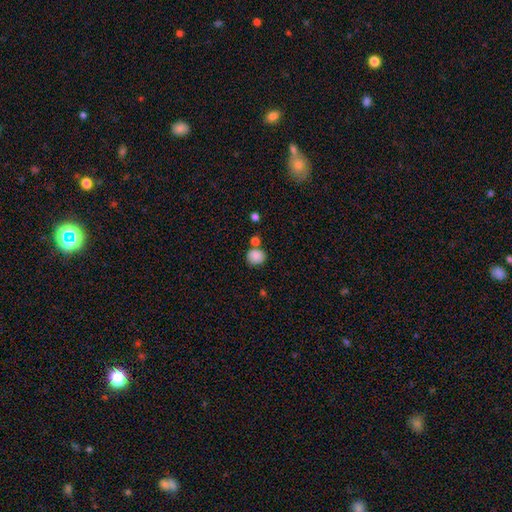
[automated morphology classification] This appears to be a smooth galaxy with no disk features (86%) that is round (77%). Merging: none (69%).